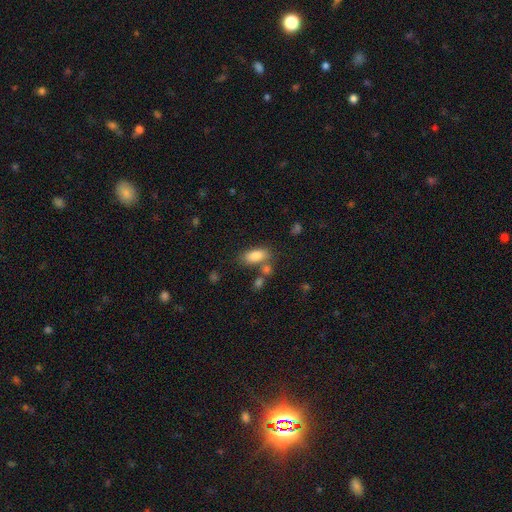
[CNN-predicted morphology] Overall: smooth (83%). How rounded: in between (87%). Merging: none (63%).